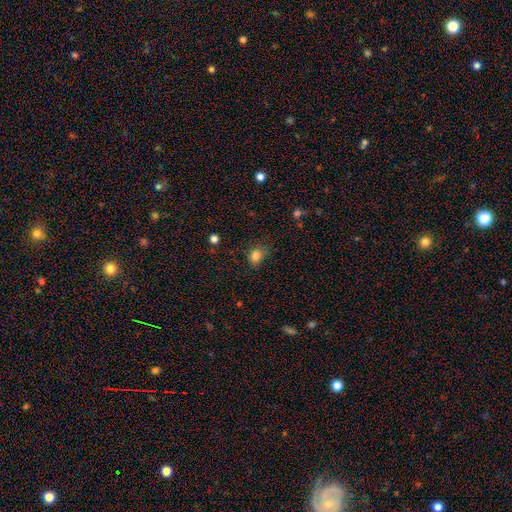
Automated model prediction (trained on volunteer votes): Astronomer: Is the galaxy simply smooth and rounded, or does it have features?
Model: smooth — 83%.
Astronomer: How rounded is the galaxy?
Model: round — 51% (runner-up: in between, 48%).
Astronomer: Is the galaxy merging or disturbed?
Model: none — 76%.